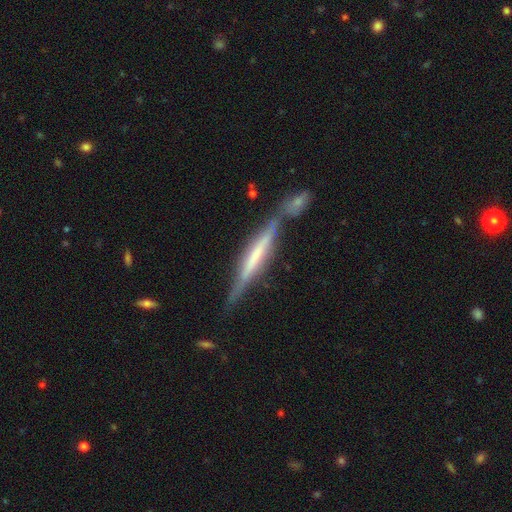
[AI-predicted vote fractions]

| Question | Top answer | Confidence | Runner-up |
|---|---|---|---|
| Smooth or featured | featured or disk | 72% | smooth (22%) |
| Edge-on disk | yes | 95% | no (5%) |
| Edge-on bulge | none | 38% | boxy (36%) |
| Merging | none | 62% | merger (19%) |